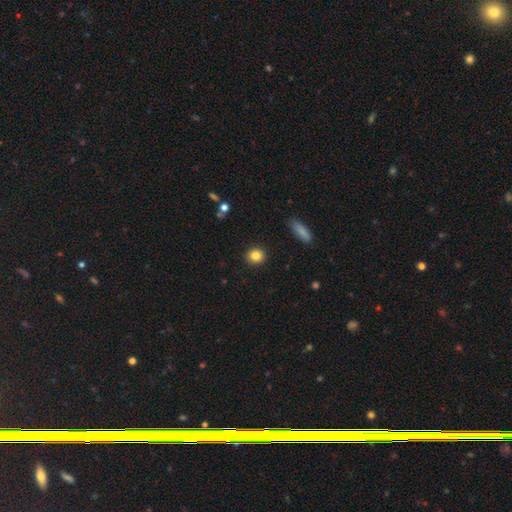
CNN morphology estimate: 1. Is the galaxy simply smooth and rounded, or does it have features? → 84% smooth, 10% star or artifact, 7% featured or disk.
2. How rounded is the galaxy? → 87% round, 11% in between, 1% cigar-shaped.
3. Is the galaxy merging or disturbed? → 92% none, 5% minor disturbance, 2% major disturbance, 1% merger.